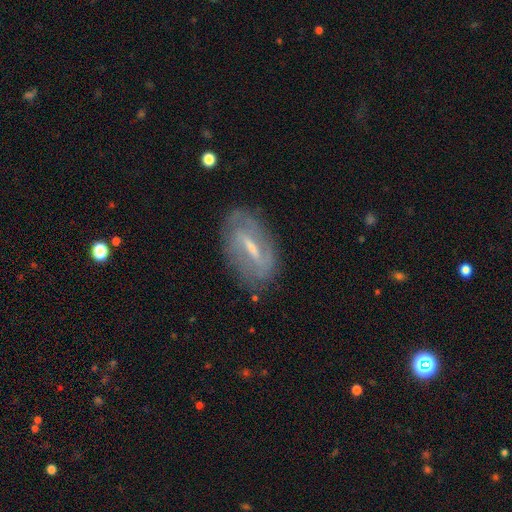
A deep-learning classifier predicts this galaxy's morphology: smooth_or_featured: featured or disk (p=0.68) [alt: smooth p=0.21]
disk_edge_on: no (p=0.86) [alt: yes p=0.14]
bar: strong (p=0.47) [alt: weak p=0.40]
has_spiral_arms: yes (p=0.72) [alt: no p=0.28]
bulge_size: small (p=0.51) [alt: moderate p=0.41]
merging: none (p=0.79) [alt: minor disturbance p=0.15]